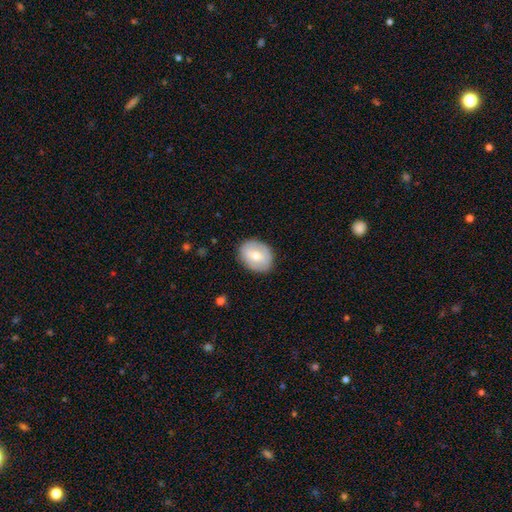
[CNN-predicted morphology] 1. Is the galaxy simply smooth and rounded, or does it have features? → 63% smooth, 30% featured or disk, 7% star or artifact.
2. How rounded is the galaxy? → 60% in between, 39% round, 1% cigar-shaped.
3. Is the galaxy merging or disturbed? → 84% none, 12% minor disturbance, 3% major disturbance, 1% merger.